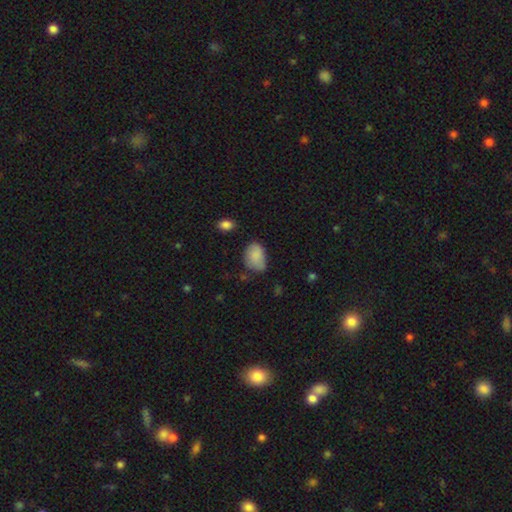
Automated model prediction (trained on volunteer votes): This is clearly a smooth galaxy (84%). How rounded: likely in between (79%). Merging: possibly none (48%).